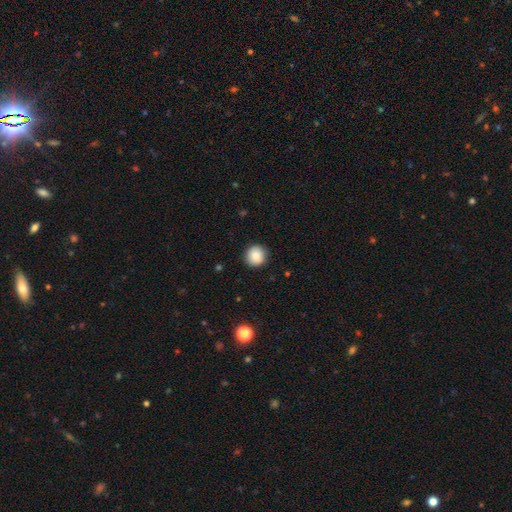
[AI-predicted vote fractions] Smooth or featured: smooth — 87% (star or artifact — 8%)
How rounded: round — 93% (in between — 6%)
Merging: none — 90% (minor disturbance — 7%)